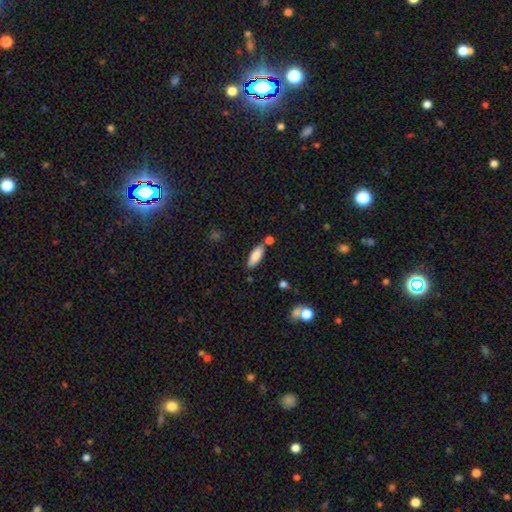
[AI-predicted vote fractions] Smooth or featured?
  - smooth: 81% *
  - featured or disk: 12%
  - star or artifact: 7%
How rounded?
  - in between: 64% *
  - cigar-shaped: 34%
  - round: 2%
Merging?
  - none: 76% *
  - minor disturbance: 12%
  - merger: 10%
  - major disturbance: 3%